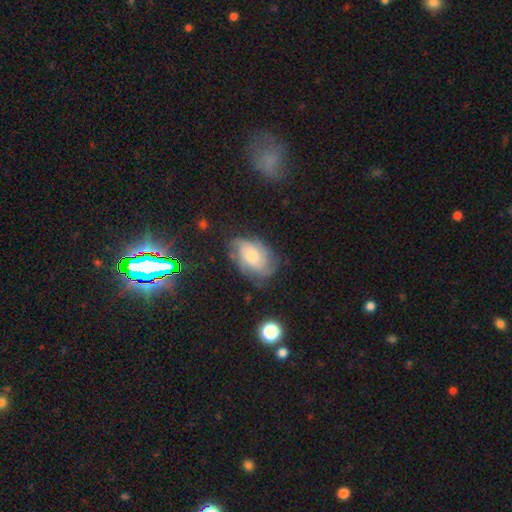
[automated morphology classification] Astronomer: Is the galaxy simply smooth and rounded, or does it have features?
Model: featured or disk — 66%.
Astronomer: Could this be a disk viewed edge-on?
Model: no — 96%.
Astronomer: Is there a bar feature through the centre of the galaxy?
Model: no — 73%.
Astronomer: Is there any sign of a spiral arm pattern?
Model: yes — 89%.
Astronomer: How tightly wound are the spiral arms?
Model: tight — 51% (runner-up: medium, 36%).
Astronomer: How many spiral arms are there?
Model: can't tell — 41% (runner-up: 2, 21%).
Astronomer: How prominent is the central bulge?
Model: moderate — 50% (runner-up: small, 28%).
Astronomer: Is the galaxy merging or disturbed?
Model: none — 65%.